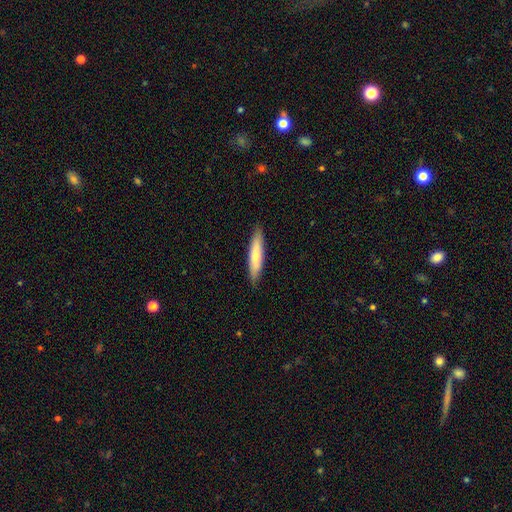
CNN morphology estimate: The model was most divided on "smooth or featured": smooth: 70%, featured or disk: 25%, star or artifact: 5%. More confident: merging — none (88%); how rounded — cigar-shaped (87%).